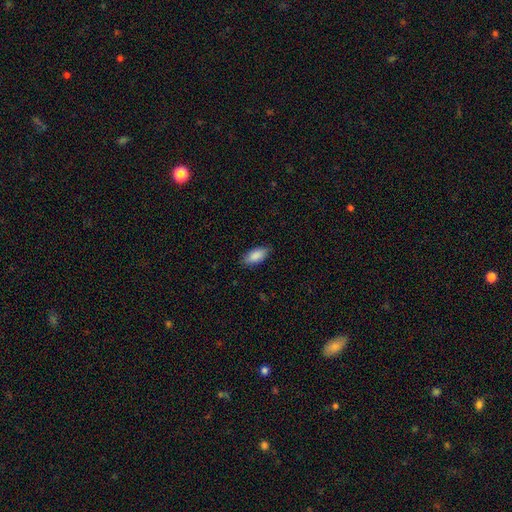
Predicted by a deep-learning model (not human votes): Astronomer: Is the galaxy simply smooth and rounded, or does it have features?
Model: smooth — 89%.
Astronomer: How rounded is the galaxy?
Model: in between — 89%.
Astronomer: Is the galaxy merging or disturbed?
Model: none — 84%.